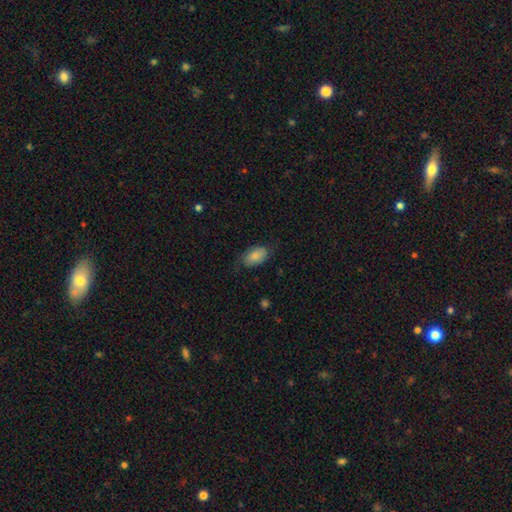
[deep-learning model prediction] Smooth or featured?
  - smooth: 82% *
  - featured or disk: 11%
  - star or artifact: 7%
How rounded?
  - in between: 92% *
  - round: 6%
  - cigar-shaped: 2%
Merging?
  - none: 72% *
  - minor disturbance: 21%
  - major disturbance: 5%
  - merger: 1%